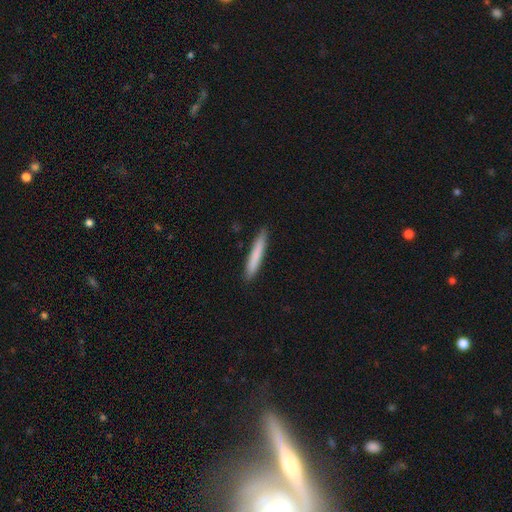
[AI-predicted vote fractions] Smooth or featured?
  - smooth: 77% *
  - featured or disk: 18%
  - star or artifact: 6%
How rounded?
  - cigar-shaped: 95% *
  - in between: 4%
  - round: 1%
Merging?
  - none: 90% *
  - minor disturbance: 8%
  - major disturbance: 1%
  - merger: 1%